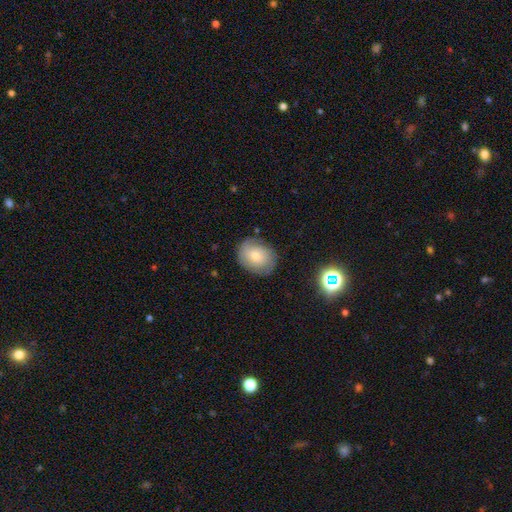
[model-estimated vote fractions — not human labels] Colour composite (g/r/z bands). It shows a smooth galaxy with no disk features (63%) that is in between round and cigar-shaped (55%). Merging: none (76%).